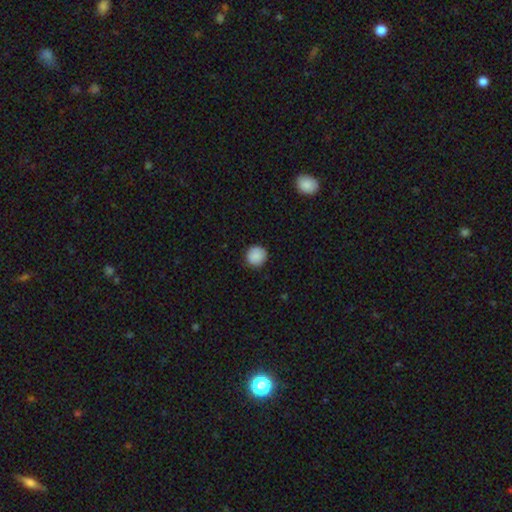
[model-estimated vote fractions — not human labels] Morphology: type=smooth (89%); roundness=round (95%); merging=none (90%).